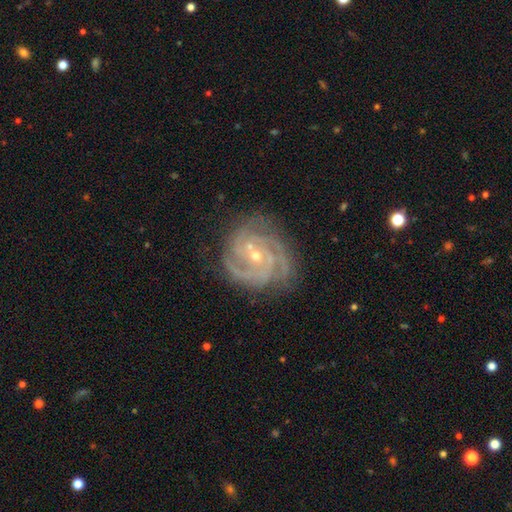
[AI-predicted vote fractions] featured or disk 90%, star or artifact 6%, smooth 4%. Down the decision tree: edge-on disk — no (98%); bar — no (58%); spiral arms — yes (98%); spiral arm count — 3 (42%); spiral winding — tight (71%); bulge size — small (69%); merging — none (76%).